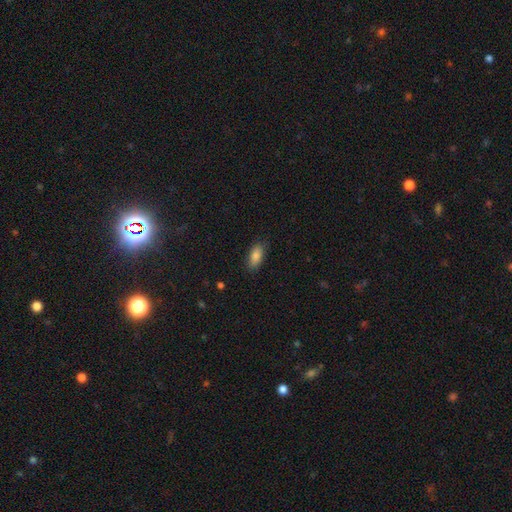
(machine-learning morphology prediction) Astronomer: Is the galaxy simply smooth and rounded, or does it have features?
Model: smooth — 86%.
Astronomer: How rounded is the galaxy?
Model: in between — 87%.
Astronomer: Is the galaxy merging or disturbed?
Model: none — 85%.